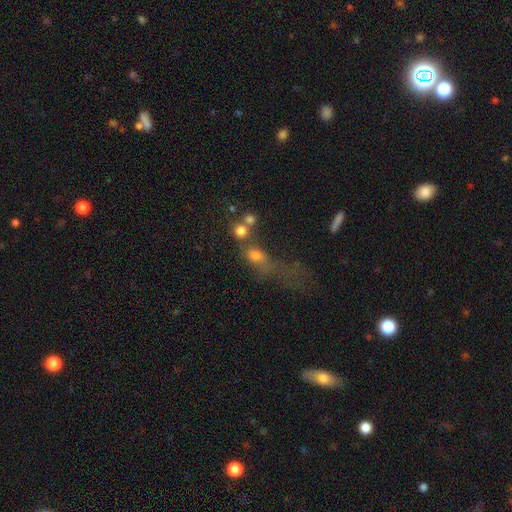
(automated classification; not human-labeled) This appears to be a smooth galaxy with no disk features (67%) that is round (47%). Merging: merger (39%).